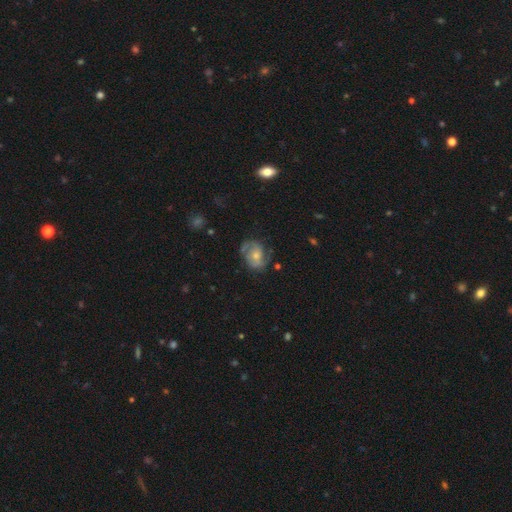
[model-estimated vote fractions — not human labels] Smooth or featured?
  - featured or disk: 69% *
  - smooth: 24%
  - star or artifact: 8%
Edge-on disk?
  - no: 97% *
  - yes: 3%
Bar?
  - no: 65% *
  - weak: 29%
  - strong: 6%
Spiral arms?
  - yes: 87% *
  - no: 13%
Spiral winding?
  - medium: 47% *
  - tight: 30%
  - loose: 23%
Spiral arm count?
  - 2: 76% *
  - can't tell: 12%
  - 1: 6%
  - 3: 4%
  - 4: 1%
  - more than 4: 1%
Bulge size?
  - moderate: 45% * (tied)
  - small: 45% * (tied)
  - large: 5%
  - none: 4%
  - dominant: 1%
Merging?
  - none: 62% *
  - minor disturbance: 23%
  - major disturbance: 13%
  - merger: 2%